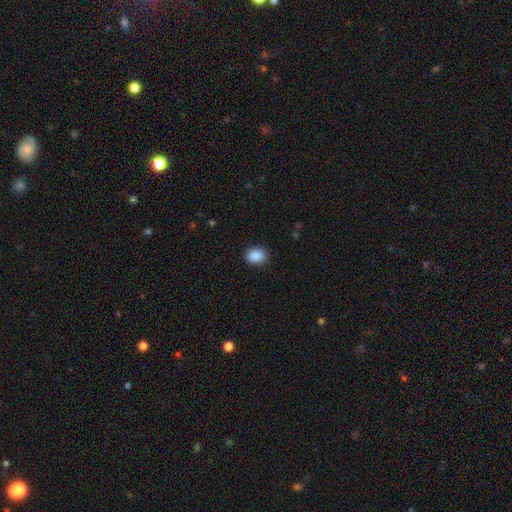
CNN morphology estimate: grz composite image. It shows a smooth galaxy with no disk features (89%) that is in between round and cigar-shaped (67%). Merging: none (88%).